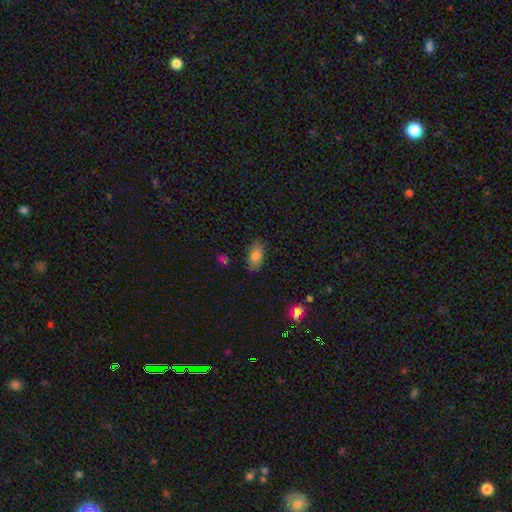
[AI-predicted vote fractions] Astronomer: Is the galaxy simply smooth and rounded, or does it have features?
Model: smooth — 80%.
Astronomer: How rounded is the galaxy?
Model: in between — 90%.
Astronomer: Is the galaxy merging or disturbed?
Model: none — 79%.